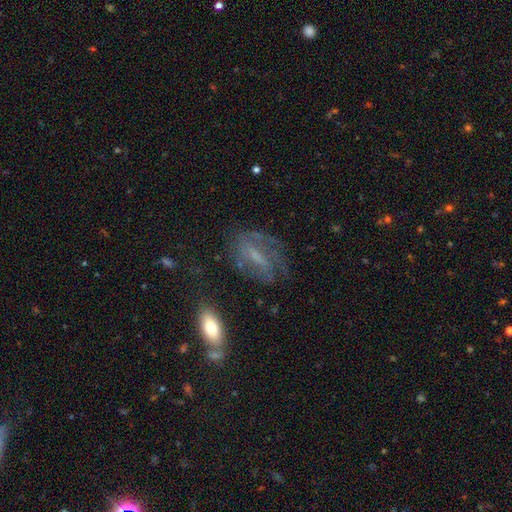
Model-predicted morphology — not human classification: Overall: featured or disk (64%). Edge-on disk: no (91%). Bar: weak (43%; no 28%). Spiral arms: yes (74%). Bulge size: small (42%; none 29%). Merging: none (56%; minor disturbance 21%).